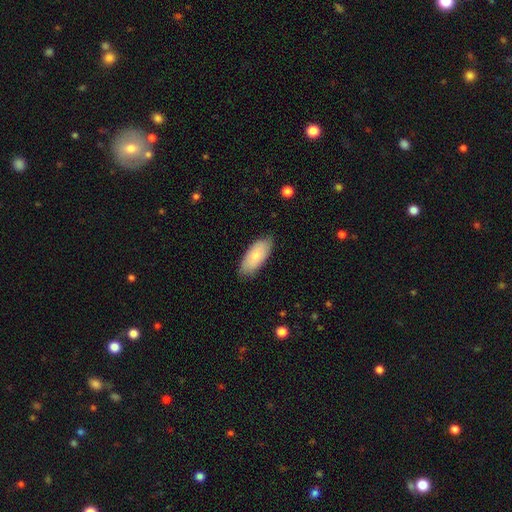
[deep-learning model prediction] Q: Smooth or featured?
A: smooth (80%); runner-up: featured or disk (15%)
Q: How rounded?
A: in between (86%); runner-up: cigar-shaped (13%)
Q: Merging?
A: none (80%); runner-up: minor disturbance (17%)